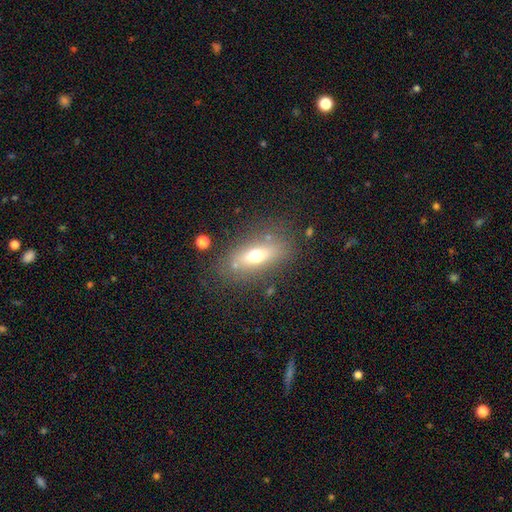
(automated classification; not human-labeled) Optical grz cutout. It shows a smooth galaxy with no disk features (61%) that is in between round and cigar-shaped (70%). Merging: none (75%).